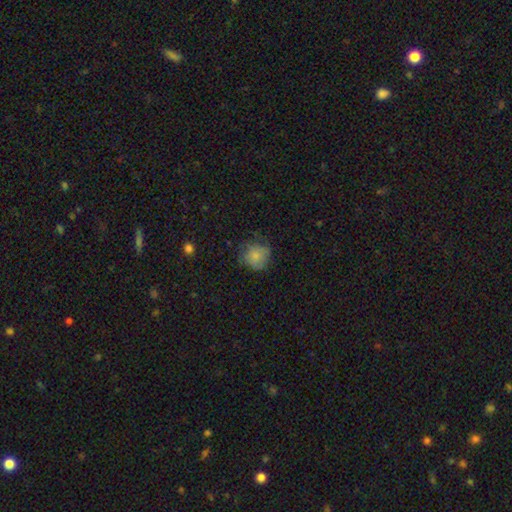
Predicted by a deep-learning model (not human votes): A smooth galaxy with no disk features (78%) that is round (84%). Merging: none (64%).